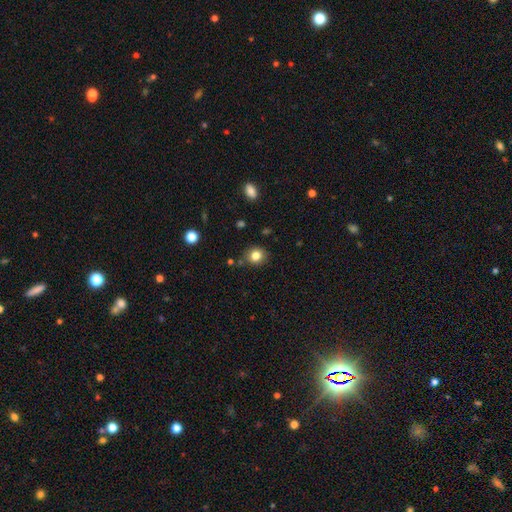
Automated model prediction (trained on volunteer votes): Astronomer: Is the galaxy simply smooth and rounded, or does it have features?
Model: smooth — 82%.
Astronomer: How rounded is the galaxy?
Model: round — 79%.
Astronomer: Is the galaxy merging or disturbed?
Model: none — 81%.